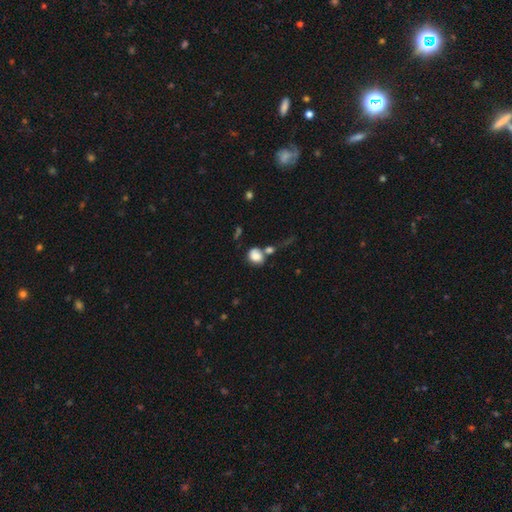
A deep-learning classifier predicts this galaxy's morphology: Smooth or featured?
  - smooth: 81% *
  - featured or disk: 10%
  - star or artifact: 9%
How rounded?
  - round: 50% *
  - in between: 48%
  - cigar-shaped: 1%
Merging?
  - none: 43% *
  - merger: 30%
  - minor disturbance: 18%
  - major disturbance: 10%